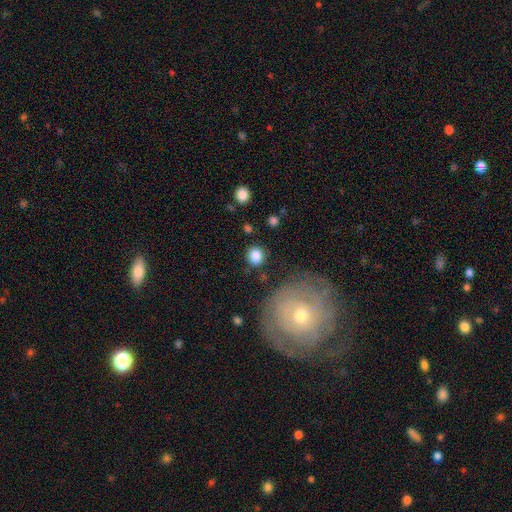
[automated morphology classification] A smooth galaxy with no disk features (86%) that is round (83%). Merging: none (83%).